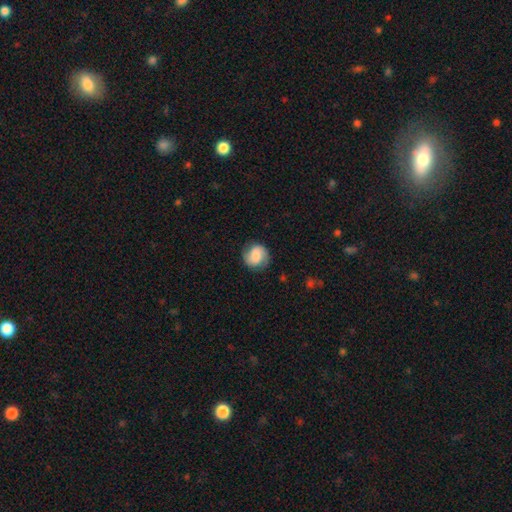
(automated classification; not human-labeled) A smooth galaxy with no disk features (48%).

Vote fractions:
- Smooth or featured? smooth: 48% / featured or disk: 44% / star or artifact: 8%
- Merging? none: 78% / minor disturbance: 15% / major disturbance: 5% / merger: 1%